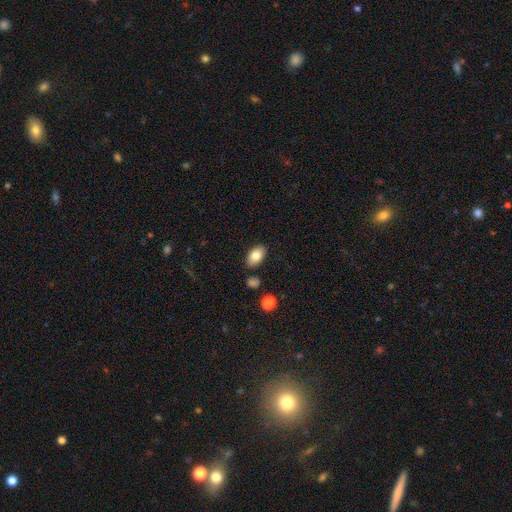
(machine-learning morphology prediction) Overall: smooth (82%). How rounded: in between (91%). Merging: none (84%).